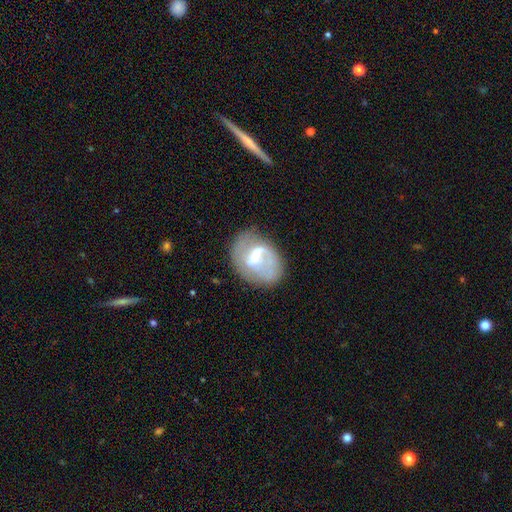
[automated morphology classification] This appears to be a featured or disk galaxy (67%) with a weak bar (53%), spiral arms (72%) and a small central bulge (50%). Merging: none (58%).